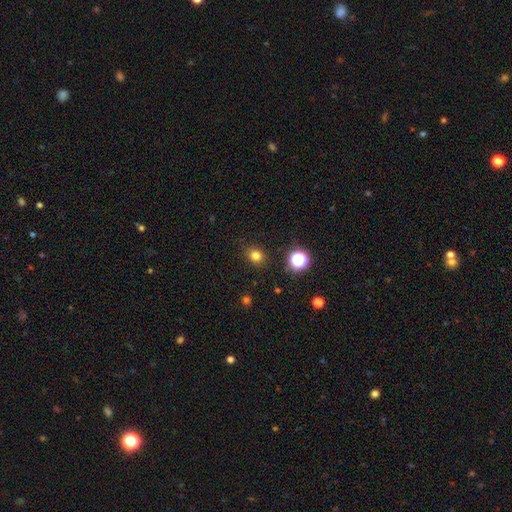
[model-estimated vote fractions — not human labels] This is likely a smooth galaxy (79%). How rounded: likely round (70%). Merging: clearly none (87%).